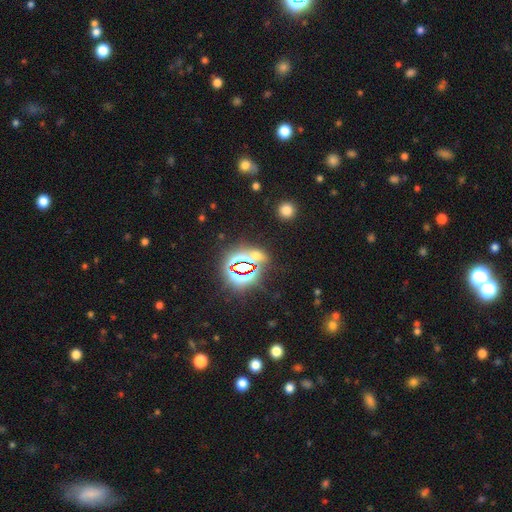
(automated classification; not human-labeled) smooth_or_featured: star or artifact (p=0.68) [alt: smooth p=0.23]